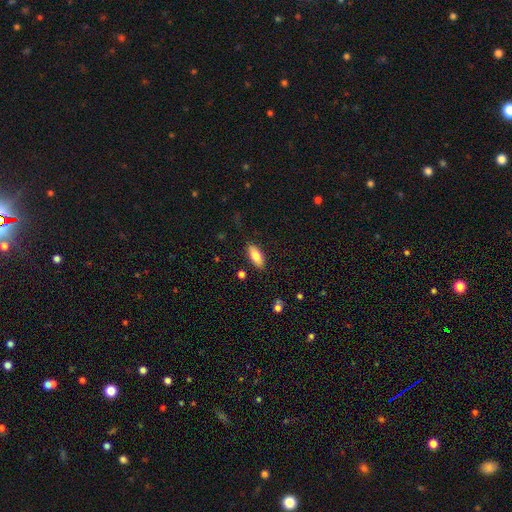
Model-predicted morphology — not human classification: Q: Smooth or featured?
A: smooth (82%); runner-up: featured or disk (11%)
Q: How rounded?
A: in between (84%); runner-up: cigar-shaped (14%)
Q: Merging?
A: none (85%); runner-up: minor disturbance (11%)